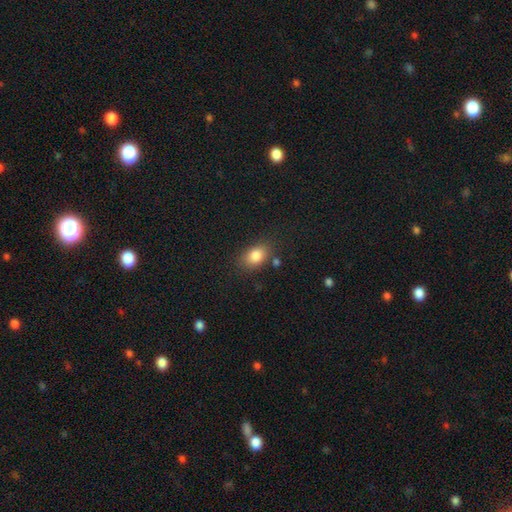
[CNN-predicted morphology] smooth 83%, star or artifact 9%, featured or disk 8%. Down the decision tree: how rounded — in between (79%); merging — none (77%).